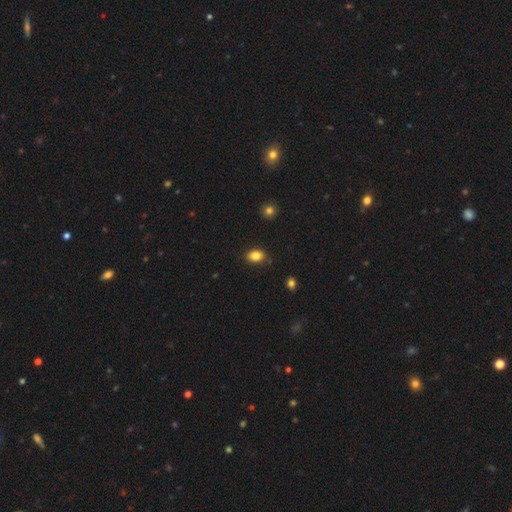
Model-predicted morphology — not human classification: Smooth or featured? Predicted: smooth (p=0.84). How rounded? Predicted: in between (p=0.78). Merging? Predicted: none (p=0.85).